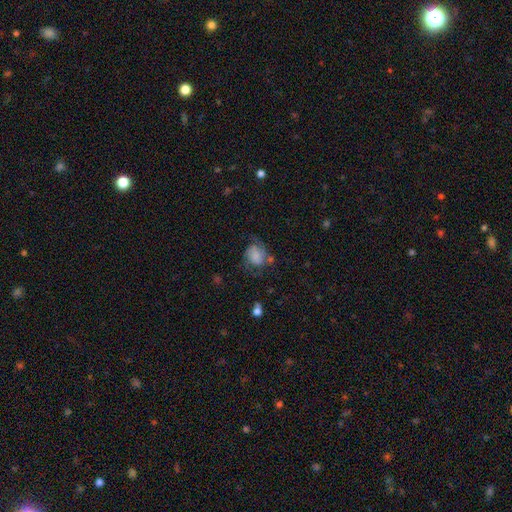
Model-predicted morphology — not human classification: smooth 46%, featured or disk 45%, star or artifact 9%. Down the decision tree: merging — none (45%).